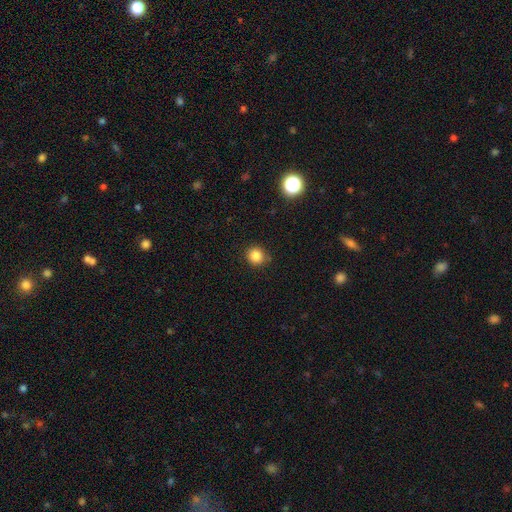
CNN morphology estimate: Overall: smooth (84%). How rounded: round (89%). Merging: none (83%).